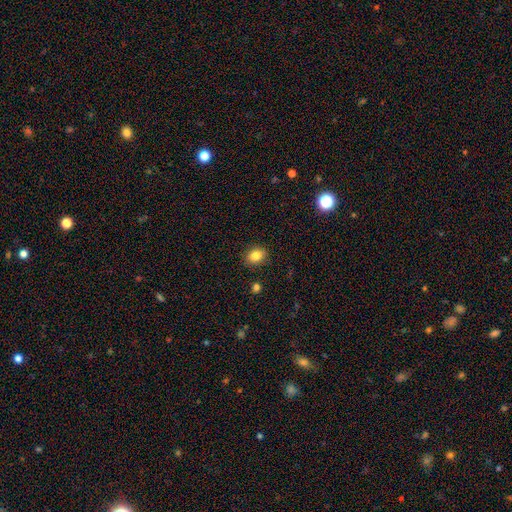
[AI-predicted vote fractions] A smooth galaxy with no disk features (83%) that is in between round and cigar-shaped (51%).

Vote fractions:
- Smooth or featured? smooth: 83% / star or artifact: 10% / featured or disk: 7%
- How rounded? in between: 51% / round: 48% / cigar-shaped: 1%
- Merging? none: 88% / minor disturbance: 8% / major disturbance: 2% / merger: 1%